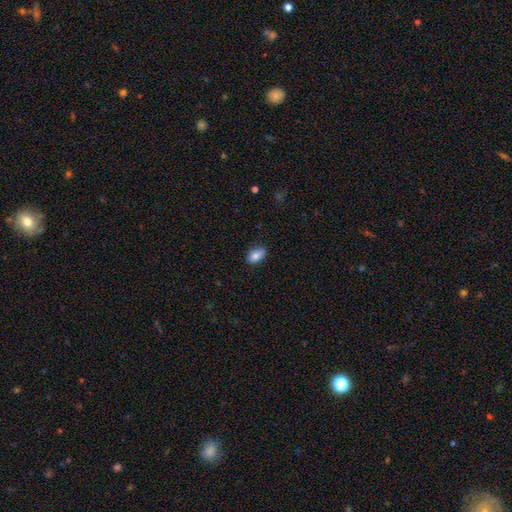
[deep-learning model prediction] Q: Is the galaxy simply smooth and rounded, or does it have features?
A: smooth — 84%.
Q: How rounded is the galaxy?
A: in between — 90%.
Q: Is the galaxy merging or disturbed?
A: none — 83%.